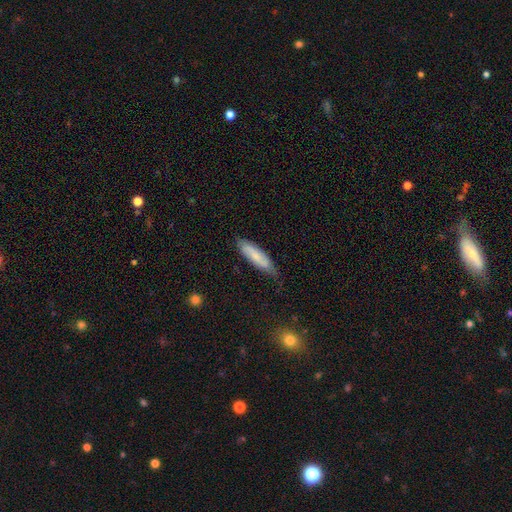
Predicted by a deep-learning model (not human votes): Overall: smooth (67%; featured or disk 27%). How rounded: cigar-shaped (64%; in between 34%). Merging: none (67%).